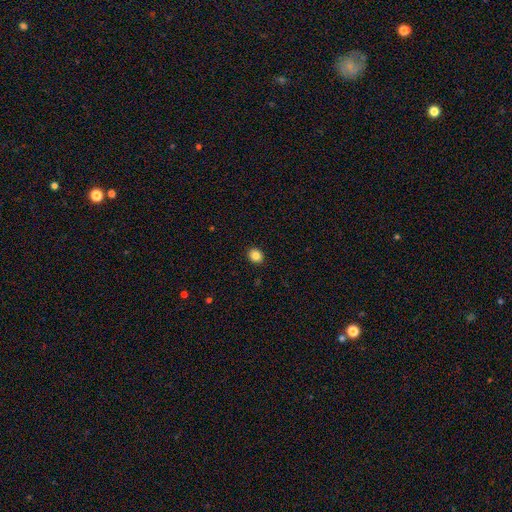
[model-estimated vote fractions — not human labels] Overall: smooth (84%). How rounded: round (65%; in between 34%). Merging: none (91%).